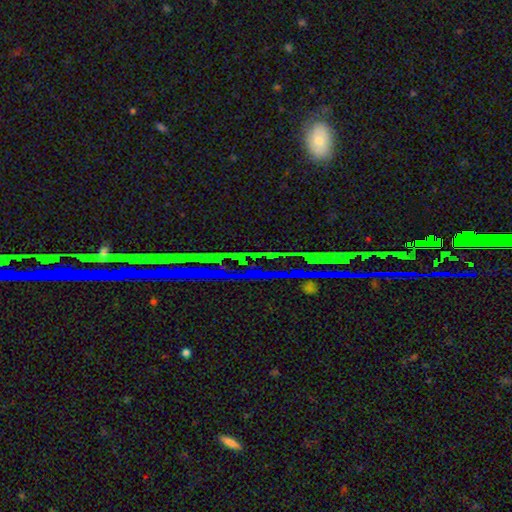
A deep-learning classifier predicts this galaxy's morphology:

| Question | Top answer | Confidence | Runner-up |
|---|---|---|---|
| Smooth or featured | star or artifact | 77% | featured or disk (12%) |